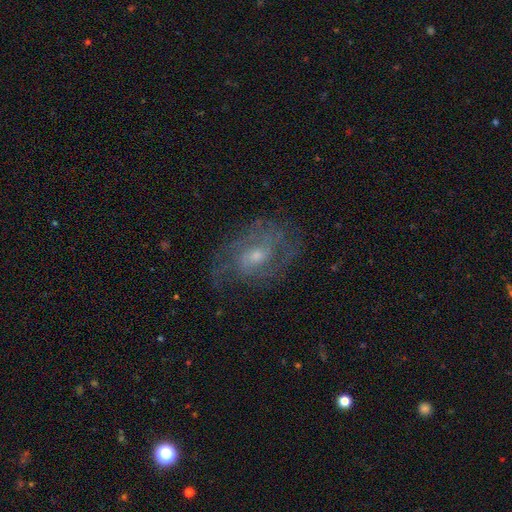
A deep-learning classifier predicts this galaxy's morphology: Q: Smooth or featured?
A: featured or disk (79%); runner-up: smooth (13%)
Q: Edge-on disk?
A: no (96%); runner-up: yes (4%)
Q: Bar?
A: no (52%); runner-up: weak (40%)
Q: Spiral arms?
A: yes (89%); runner-up: no (11%)
Q: Spiral winding?
A: medium (44%); runner-up: tight (40%)
Q: Spiral arm count?
A: 2 (46%); runner-up: can't tell (29%)
Q: Bulge size?
A: small (53%); runner-up: moderate (41%)
Q: Merging?
A: none (68%); runner-up: minor disturbance (19%)